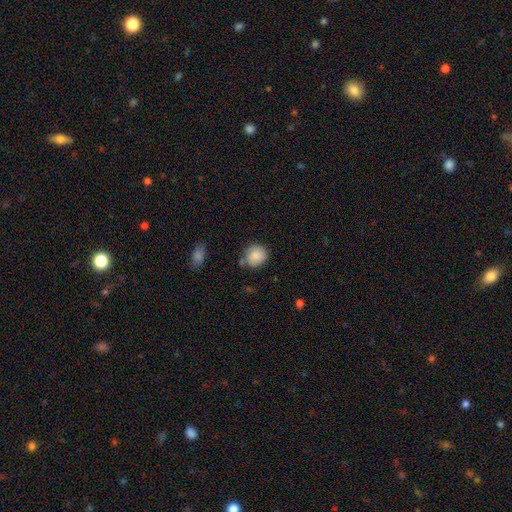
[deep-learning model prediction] The model was most divided on "merging": none: 73%, minor disturbance: 17%, merger: 6%, major disturbance: 4%. More confident: smooth or featured — smooth (86%); how rounded — round (83%).